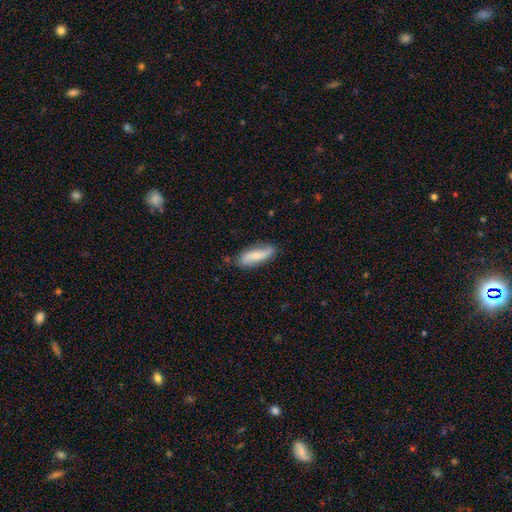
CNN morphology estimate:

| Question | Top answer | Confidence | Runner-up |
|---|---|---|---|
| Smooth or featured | smooth | 57% | featured or disk (37%) |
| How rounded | in between | 49% | cigar-shaped (48%) |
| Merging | none | 78% | minor disturbance (17%) |